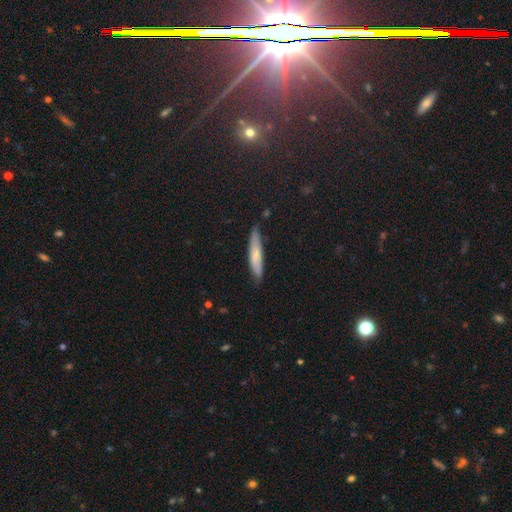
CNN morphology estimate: smooth_or_featured: smooth (p=0.65) [alt: featured or disk p=0.28]
how_rounded: cigar-shaped (p=0.86) [alt: in between p=0.13]
merging: none (p=0.78) [alt: minor disturbance p=0.18]